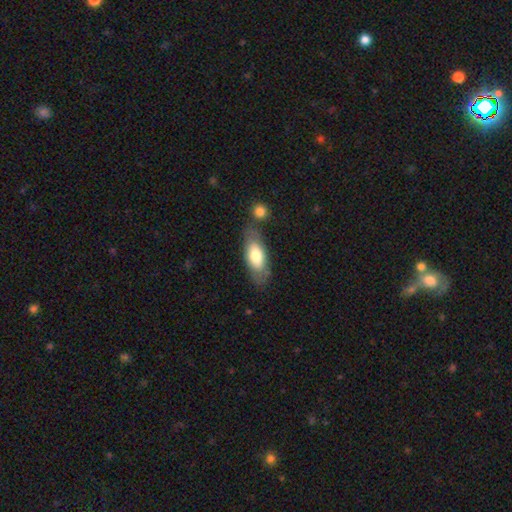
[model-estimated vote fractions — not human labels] Morphology: type=smooth (65%); roundness=in between (82%); merging=none (66%).